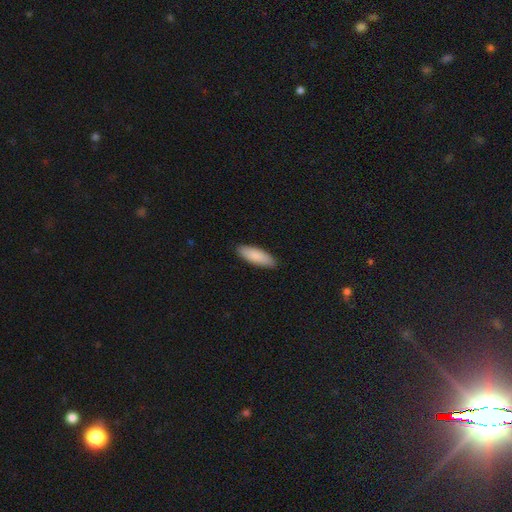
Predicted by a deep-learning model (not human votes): smooth-or-featured: smooth: 89% | featured or disk: 6% | star or artifact: 5%
  how-rounded: in between: 59% | cigar-shaped: 40% | round: 1%
  merging: none: 89% | minor disturbance: 9% | major disturbance: 2% | merger: 1%